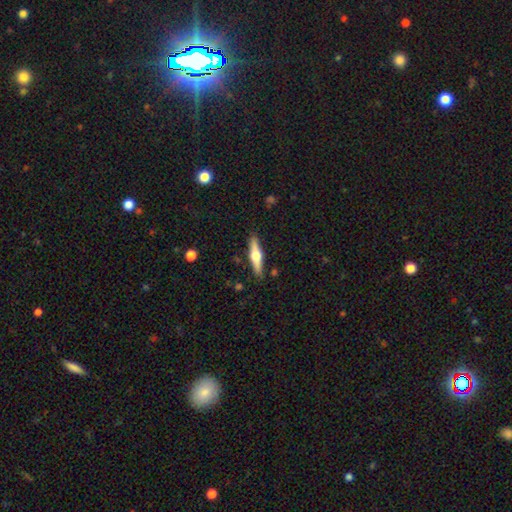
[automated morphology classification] Smooth or featured? featured or disk (60%)
Edge-on disk? yes (96%)
Edge-on bulge? rounded (94%)
Merging? none (89%)